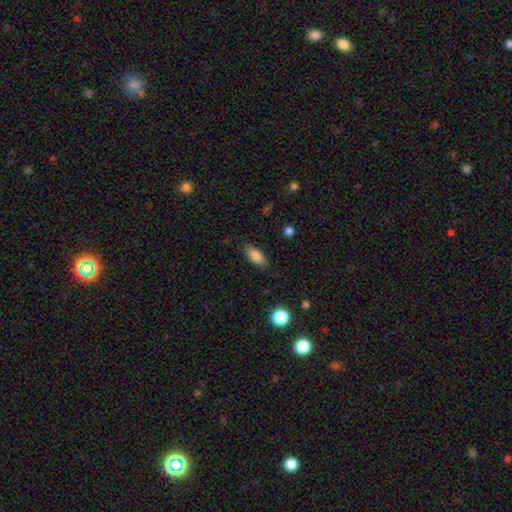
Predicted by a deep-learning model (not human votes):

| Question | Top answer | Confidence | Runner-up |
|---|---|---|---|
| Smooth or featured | smooth | 82% | featured or disk (11%) |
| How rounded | in between | 81% | cigar-shaped (16%) |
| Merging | none | 84% | minor disturbance (12%) |